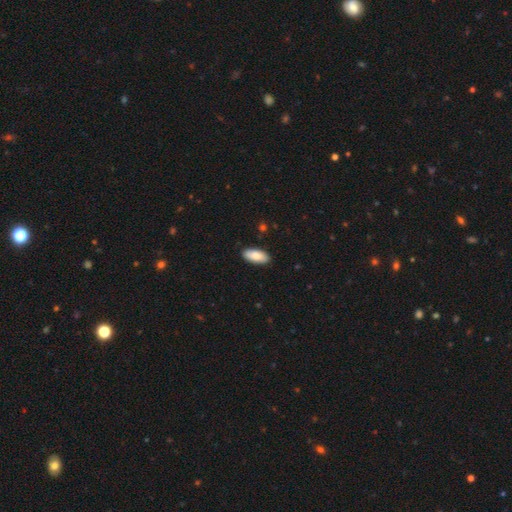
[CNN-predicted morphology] A smooth galaxy with no disk features (85%) that is in between round and cigar-shaped (89%). Merging: none (89%).